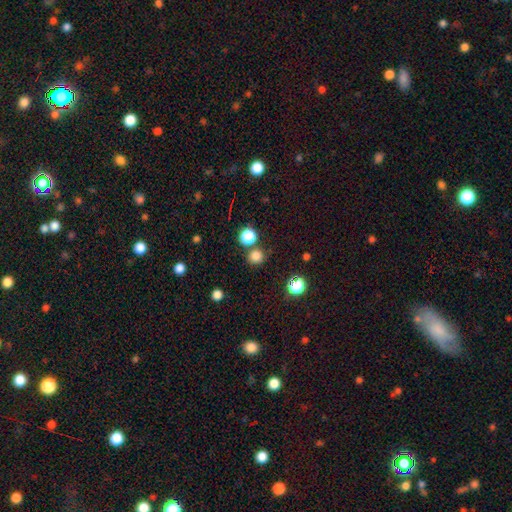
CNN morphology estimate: This is likely a smooth galaxy (80%). How rounded: clearly round (91%). Merging: likely none (79%).